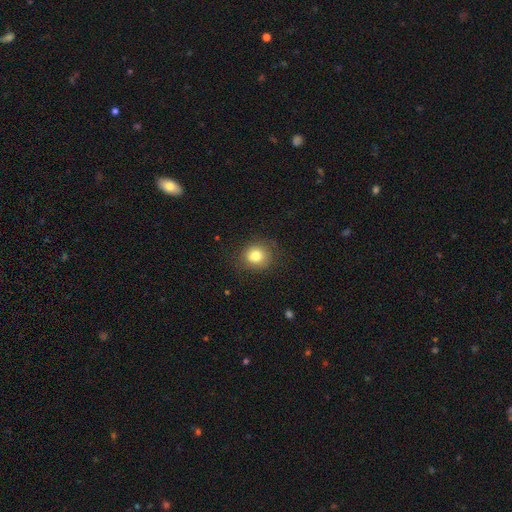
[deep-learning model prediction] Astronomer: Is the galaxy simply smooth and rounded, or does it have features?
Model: smooth — 80%.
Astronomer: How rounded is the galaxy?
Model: round — 81%.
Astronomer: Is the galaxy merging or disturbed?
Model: none — 82%.